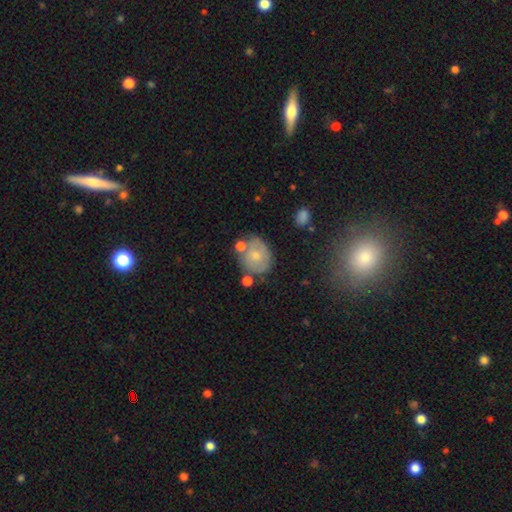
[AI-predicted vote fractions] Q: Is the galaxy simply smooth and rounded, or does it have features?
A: smooth — 59%.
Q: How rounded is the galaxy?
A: round — 60%.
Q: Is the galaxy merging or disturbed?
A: none — 57%.